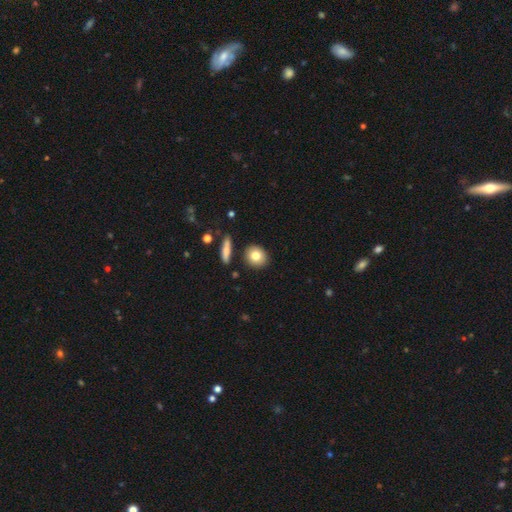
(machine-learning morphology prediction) Smooth or featured: smooth — 80% (featured or disk — 12%)
How rounded: round — 75% (in between — 23%)
Merging: none — 86% (minor disturbance — 8%)